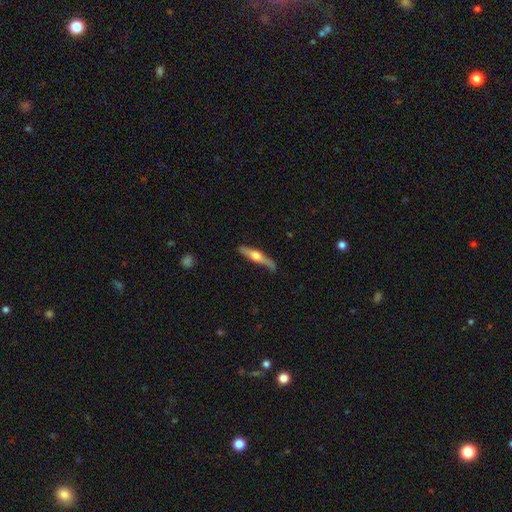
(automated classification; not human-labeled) A featured or disk galaxy (56%) viewed edge-on (93%) with a rounded central bulge (90%). Merging: none (73%).